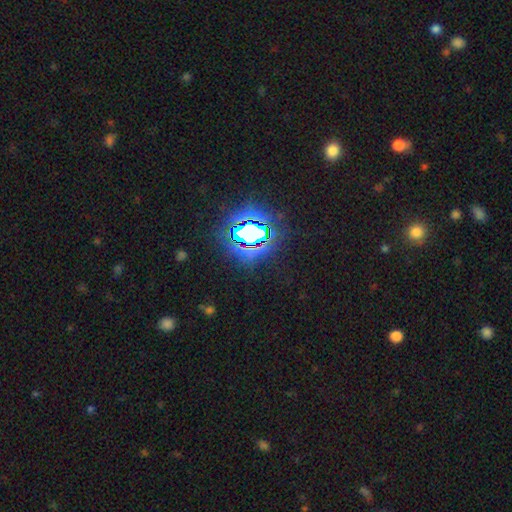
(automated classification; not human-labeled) Morphology: type=star or artifact (82%).